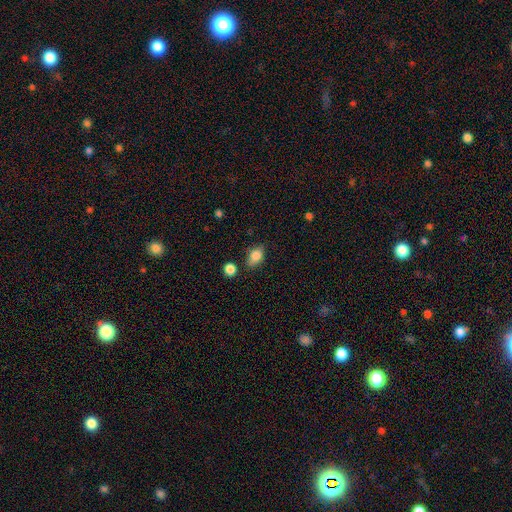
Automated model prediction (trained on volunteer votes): Smooth or featured?
  - smooth: 83% *
  - star or artifact: 9%
  - featured or disk: 8%
How rounded?
  - in between: 80% *
  - round: 17%
  - cigar-shaped: 3%
Merging?
  - none: 67% *
  - minor disturbance: 23%
  - major disturbance: 5%
  - merger: 5%